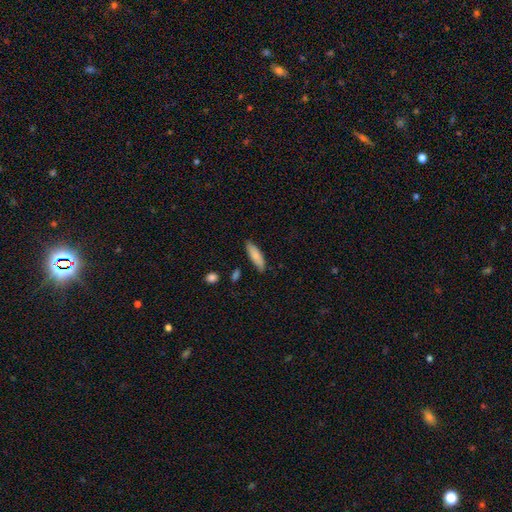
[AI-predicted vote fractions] Q: Smooth or featured?
A: smooth (83%); runner-up: featured or disk (11%)
Q: How rounded?
A: cigar-shaped (55%); runner-up: in between (44%)
Q: Merging?
A: none (83%); runner-up: minor disturbance (13%)